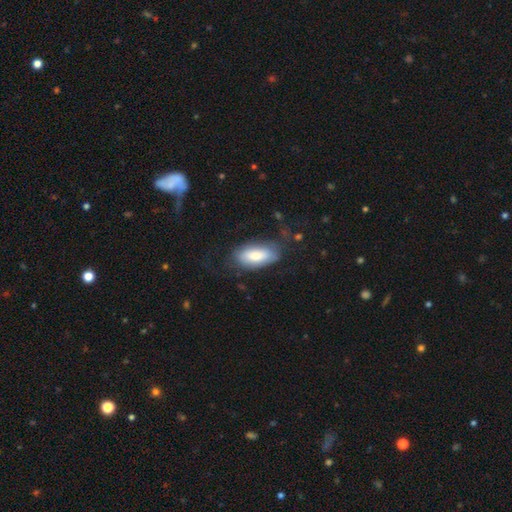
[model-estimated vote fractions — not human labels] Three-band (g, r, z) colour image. It shows a smooth galaxy with no disk features (76%) that is in between round and cigar-shaped (88%). Merging: none (64%).